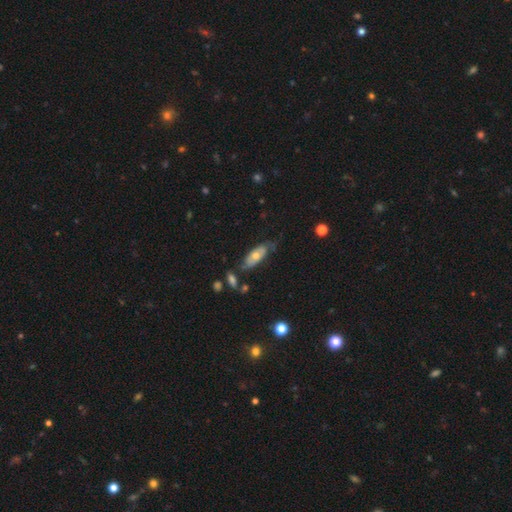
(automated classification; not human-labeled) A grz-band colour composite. It shows a featured or disk galaxy (51%). Merging: none (59%).